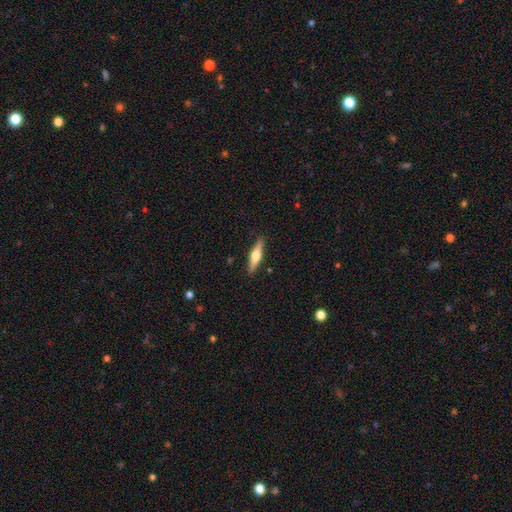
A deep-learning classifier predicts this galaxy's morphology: This is possibly a featured or disk galaxy (55%). It is clearly viewed edge-on (96%). Edge-on bulge: clearly rounded (93%). Merging: clearly none (89%).